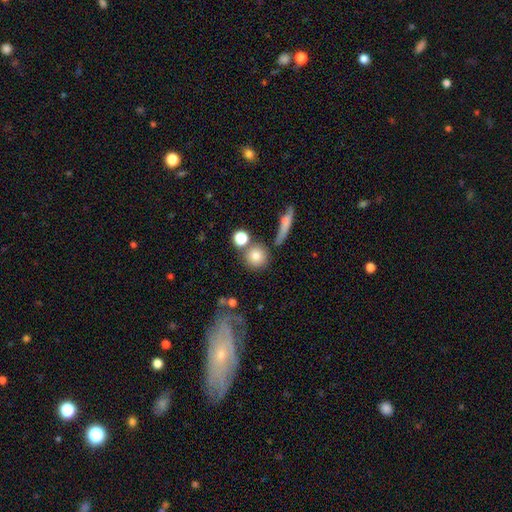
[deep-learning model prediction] smooth_or_featured: smooth (p=0.77) [alt: featured or disk p=0.13]
how_rounded: round (p=0.90) [alt: in between p=0.08]
merging: none (p=0.71) [alt: merger p=0.15]